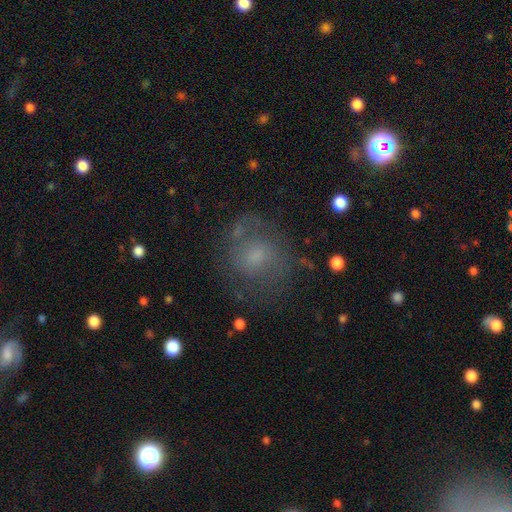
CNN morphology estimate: type=featured or disk (46%); merging=none (66%).